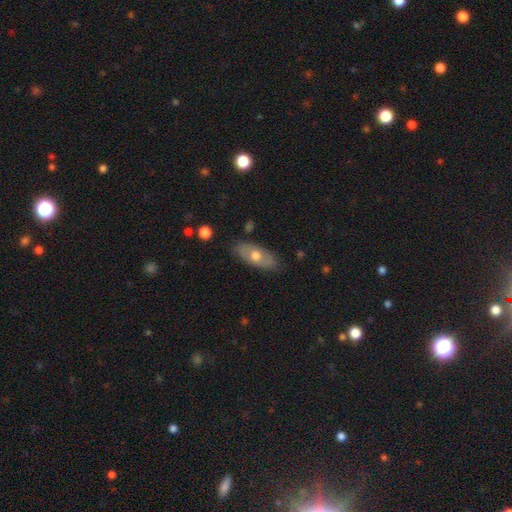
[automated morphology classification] The model was most divided on "smooth or featured": smooth: 53%, featured or disk: 41%, star or artifact: 6%. More confident: how rounded — in between (87%); merging — none (82%).